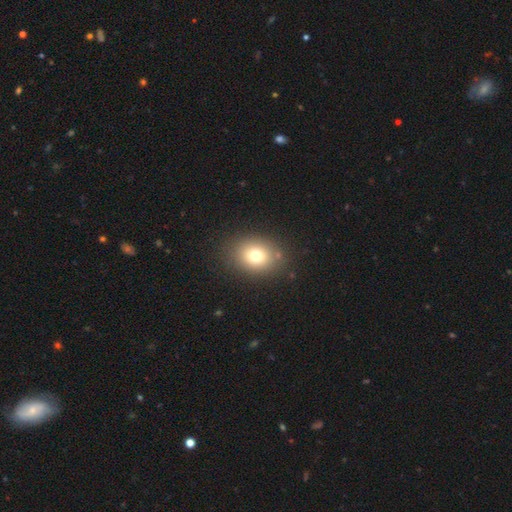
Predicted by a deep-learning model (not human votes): A smooth galaxy with no disk features (75%) that is round (54%). Merging: none (85%).